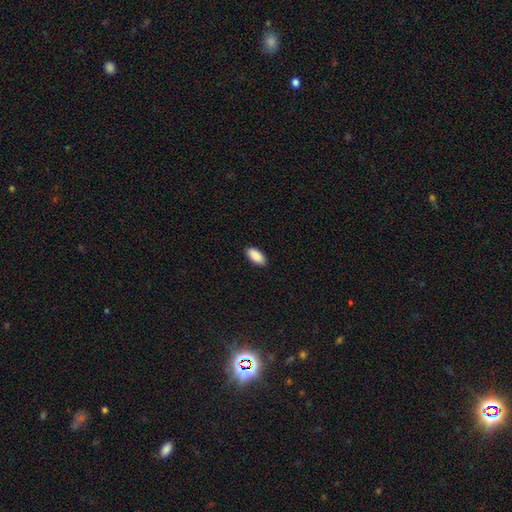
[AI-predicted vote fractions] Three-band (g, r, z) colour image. It shows a smooth galaxy with no disk features (91%) that is in between round and cigar-shaped (93%). Merging: none (90%).